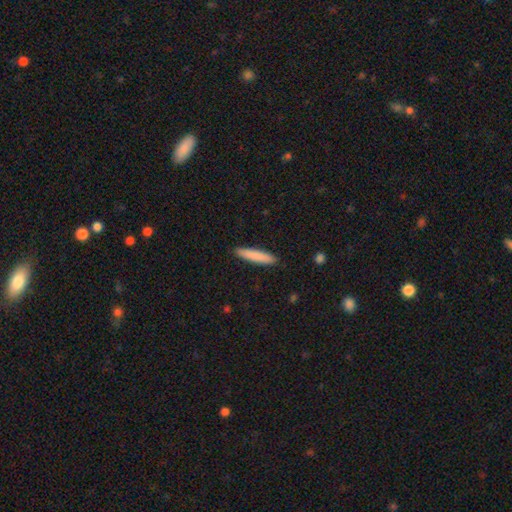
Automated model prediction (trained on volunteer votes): This appears to be a smooth galaxy with no disk features (84%) that is cigar-shaped (89%). Merging: none (91%).